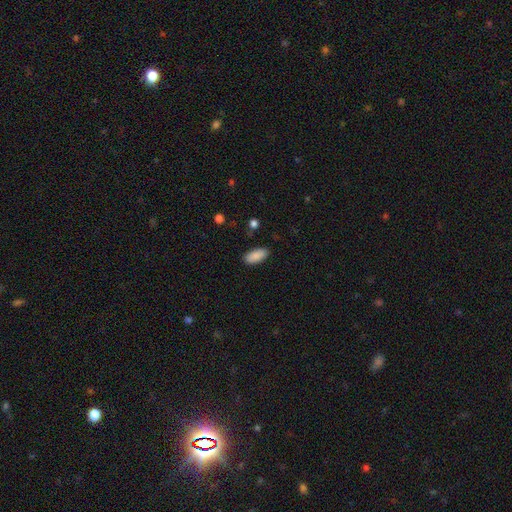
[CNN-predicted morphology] This is clearly a smooth galaxy (90%). How rounded: clearly in between (88%). Merging: clearly none (88%).